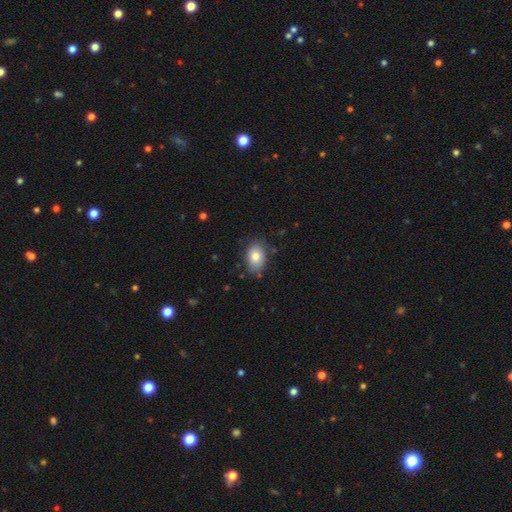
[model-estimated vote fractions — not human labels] Overall: smooth (82%). How rounded: in between (83%). Merging: none (79%).